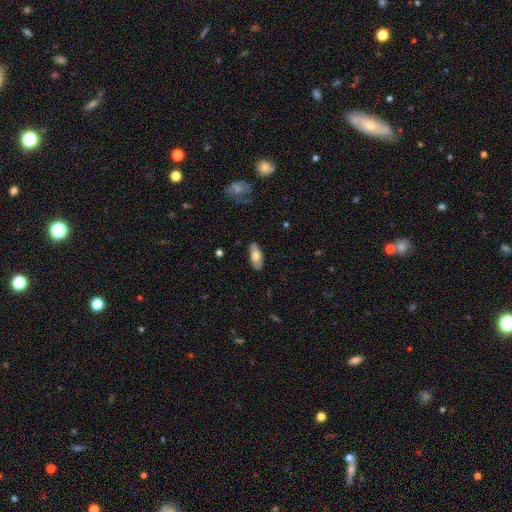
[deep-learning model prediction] This appears to be a smooth galaxy with no disk features (71%) that is in between round and cigar-shaped (86%). Merging: none (85%).